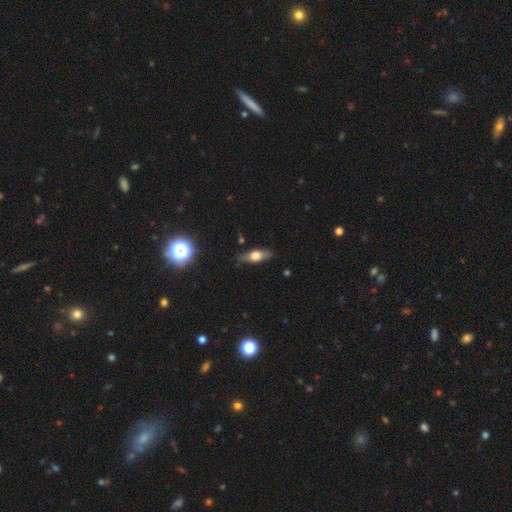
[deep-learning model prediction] A smooth galaxy with no disk features (49%). Merging: none (82%).